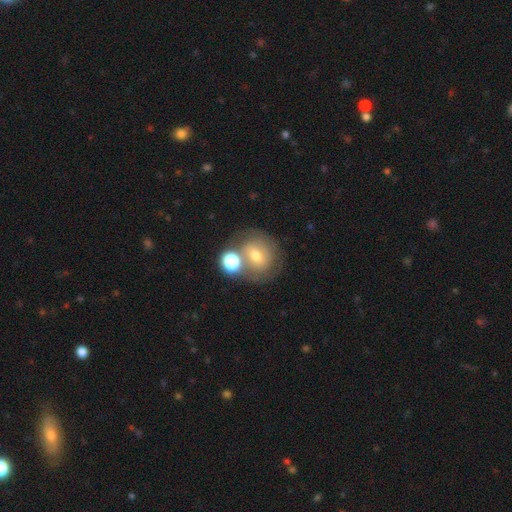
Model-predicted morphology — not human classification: Q: Smooth or featured?
A: smooth (51%); runner-up: featured or disk (36%)
Q: How rounded?
A: round (79%); runner-up: in between (20%)
Q: Merging?
A: none (52%); runner-up: merger (26%)